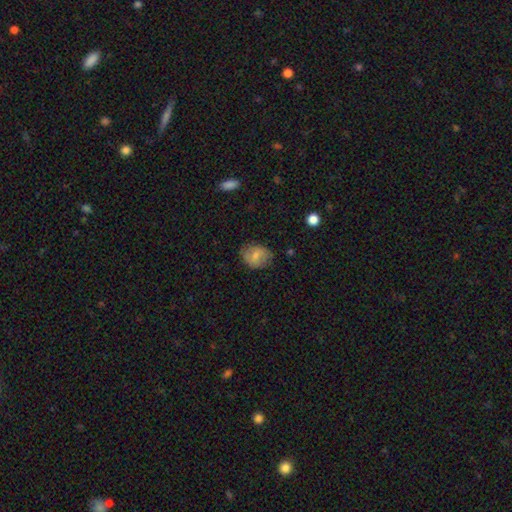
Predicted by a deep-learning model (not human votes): smooth 68%, featured or disk 23%, star or artifact 8%. Down the decision tree: how rounded — in between (51%); merging — none (70%).